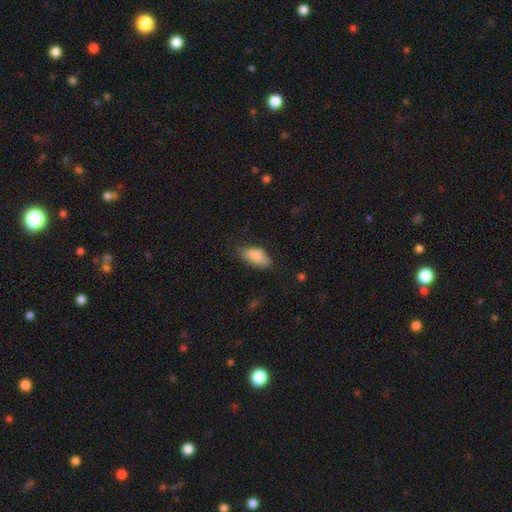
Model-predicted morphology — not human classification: A smooth galaxy with no disk features (84%) that is in between round and cigar-shaped (90%). Merging: none (61%).